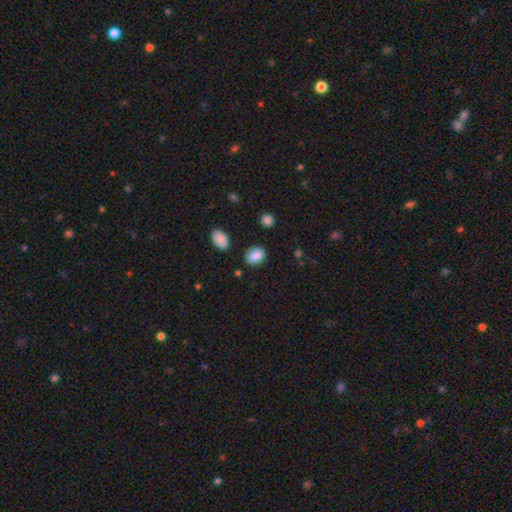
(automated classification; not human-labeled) Smooth or featured? Predicted: smooth (p=0.85). How rounded? Predicted: in between (p=0.71). Merging? Predicted: none (p=0.76).